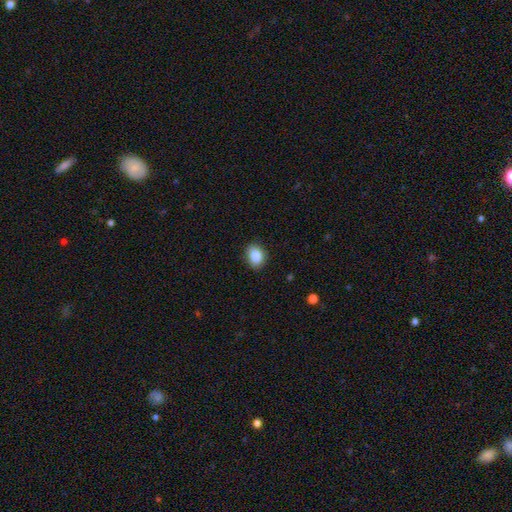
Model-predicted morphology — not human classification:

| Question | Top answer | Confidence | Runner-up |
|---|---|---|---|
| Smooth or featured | smooth | 86% | star or artifact (9%) |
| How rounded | in between | 61% | round (38%) |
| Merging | none | 86% | minor disturbance (10%) |